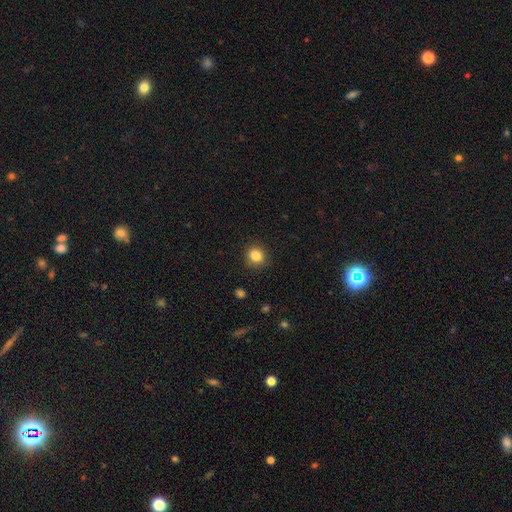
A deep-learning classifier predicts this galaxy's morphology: This is clearly a smooth galaxy (85%). How rounded: likely round (79%). Merging: clearly none (89%).